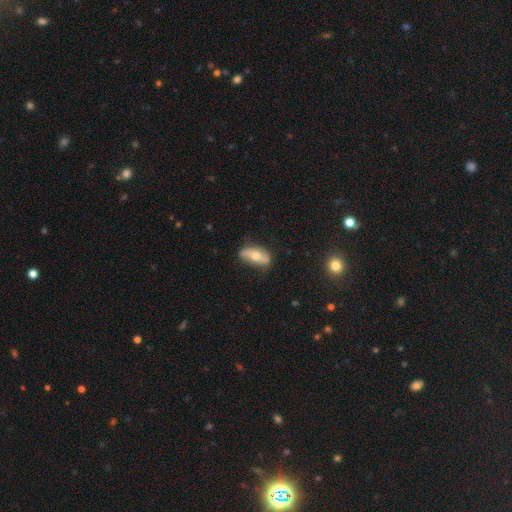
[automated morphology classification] Smooth or featured? smooth (48%)
Merging? none (74%)